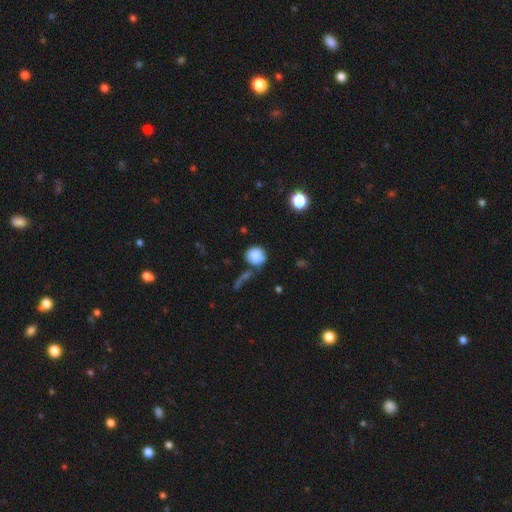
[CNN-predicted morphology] smooth_or_featured: smooth (p=0.82) [alt: star or artifact p=0.09]
how_rounded: round (p=0.86) [alt: in between p=0.13]
merging: none (p=0.58) [alt: minor disturbance p=0.19]